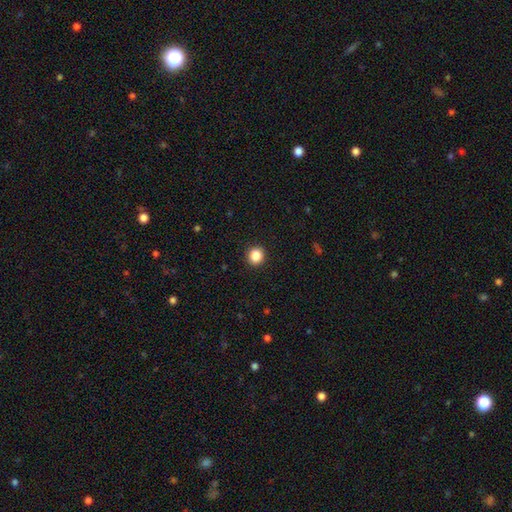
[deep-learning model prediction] Smooth or featured?
  - smooth: 87% *
  - star or artifact: 10%
  - featured or disk: 3%
How rounded?
  - round: 91% *
  - in between: 8%
  - cigar-shaped: 1%
Merging?
  - none: 93% *
  - minor disturbance: 5%
  - major disturbance: 2%
  - merger: 1%